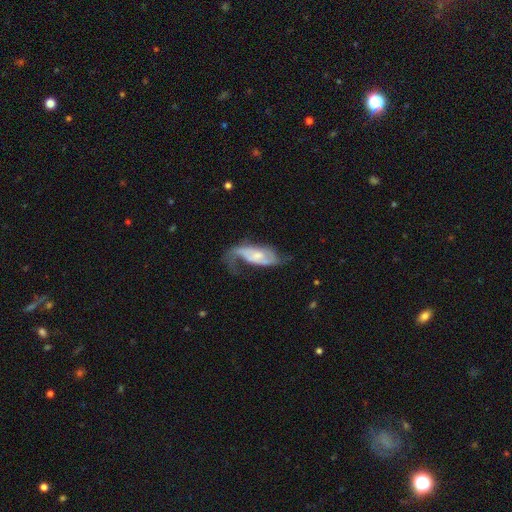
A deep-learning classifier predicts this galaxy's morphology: Overall: featured or disk (68%). Edge-on disk: no (91%). Bar: no (60%; weak 31%). Spiral arms: yes (83%). Spiral arm count: 2 (55%; 1 32%). Spiral winding: loose (56%; medium 31%). Bulge size: small (39%, tied with moderate). Merging: major disturbance (44%; none 30%).